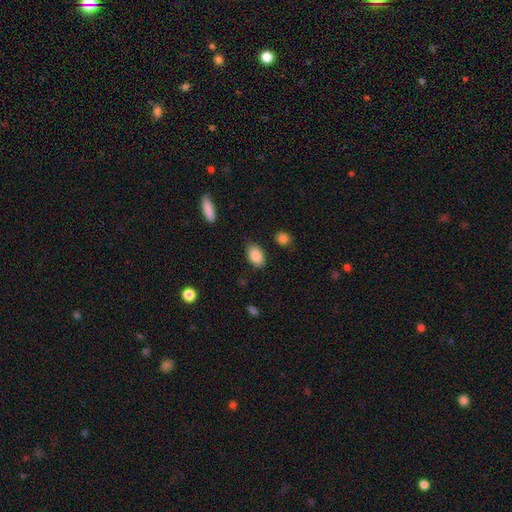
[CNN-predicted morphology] Smooth or featured? smooth (88%)
How rounded? in between (90%)
Merging? none (82%)